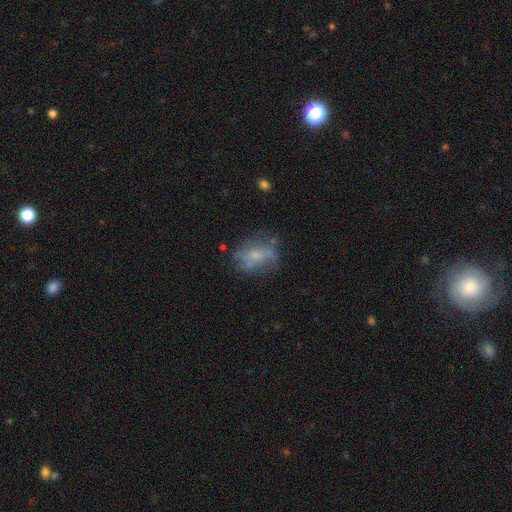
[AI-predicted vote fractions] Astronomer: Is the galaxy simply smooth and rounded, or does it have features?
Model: smooth — 44% (runner-up: featured or disk, 43%).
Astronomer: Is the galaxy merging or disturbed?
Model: none — 53%.